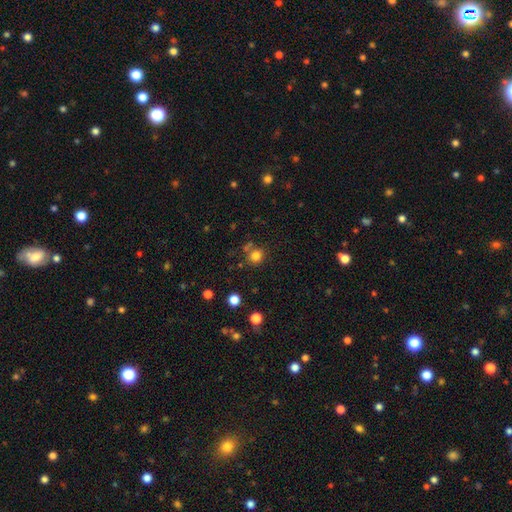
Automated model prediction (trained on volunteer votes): A smooth galaxy with no disk features (79%) that is round (89%).

Vote fractions:
- Smooth or featured? smooth: 79% / star or artifact: 15% / featured or disk: 6%
- How rounded? round: 89% / in between: 10% / cigar-shaped: 1%
- Merging? none: 73% / merger: 13% / minor disturbance: 10% / major disturbance: 4%